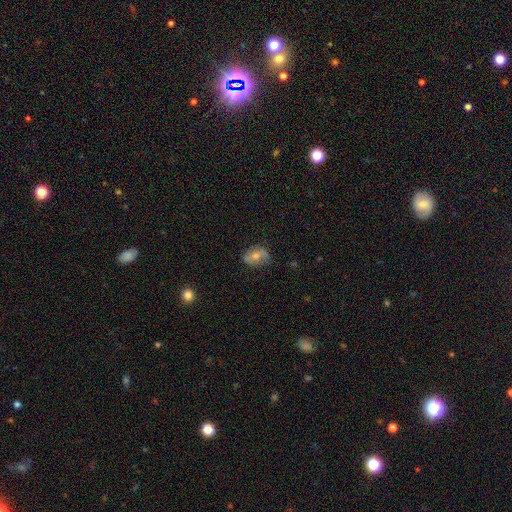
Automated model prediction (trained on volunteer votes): This is possibly a smooth galaxy (47%). Merging: likely none (75%).